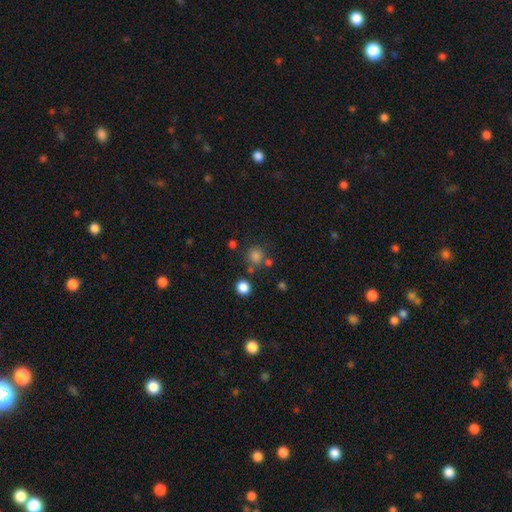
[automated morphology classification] type=smooth (78%); roundness=round (90%); merging=none (71%).